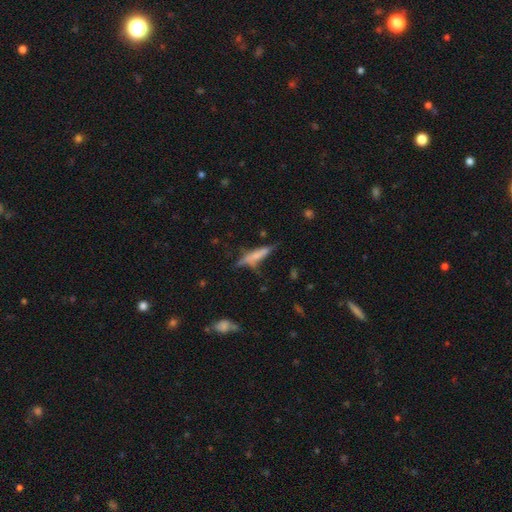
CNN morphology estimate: The model was most divided on "merging": none: 49%, minor disturbance: 27%, major disturbance: 16%, merger: 8%. More confident: how rounded — cigar-shaped (80%); smooth or featured — smooth (59%).